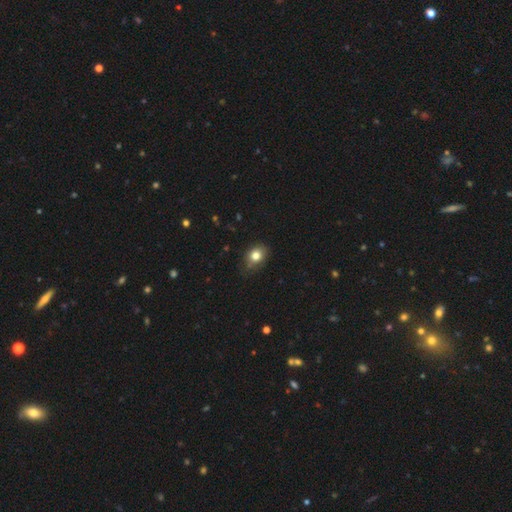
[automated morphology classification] Q: Smooth or featured?
A: smooth (81%); runner-up: star or artifact (10%)
Q: How rounded?
A: in between (57%); runner-up: round (42%)
Q: Merging?
A: none (71%); runner-up: minor disturbance (23%)